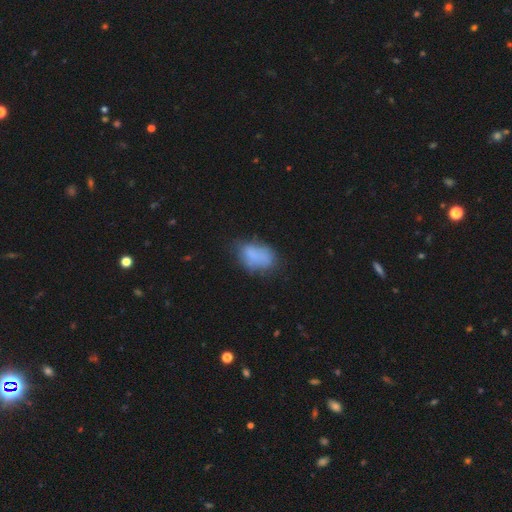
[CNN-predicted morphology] Smooth or featured? smooth (73%)
How rounded? in between (86%)
Merging? none (50%)